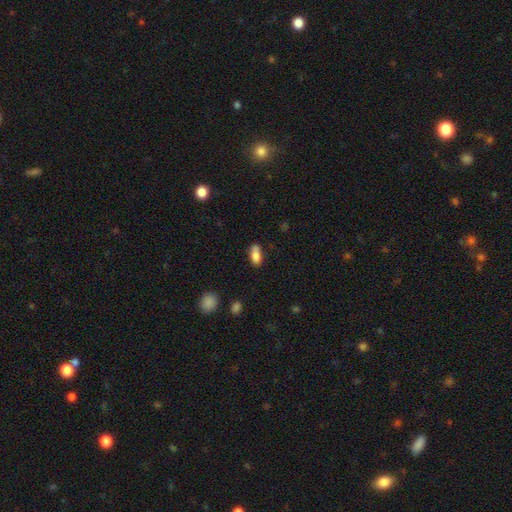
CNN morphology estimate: Smooth or featured?
  - smooth: 79% *
  - featured or disk: 12%
  - star or artifact: 9%
How rounded?
  - in between: 84% *
  - cigar-shaped: 11%
  - round: 5%
Merging?
  - none: 55% *
  - minor disturbance: 21%
  - merger: 18%
  - major disturbance: 6%